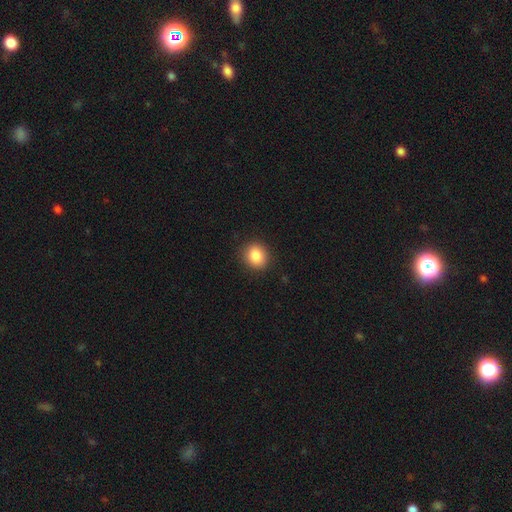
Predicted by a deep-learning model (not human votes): Smooth or featured?
  - smooth: 86% *
  - star or artifact: 9%
  - featured or disk: 5%
How rounded?
  - round: 75% *
  - in between: 24%
  - cigar-shaped: 1%
Merging?
  - none: 89% *
  - minor disturbance: 8%
  - major disturbance: 2%
  - merger: 1%